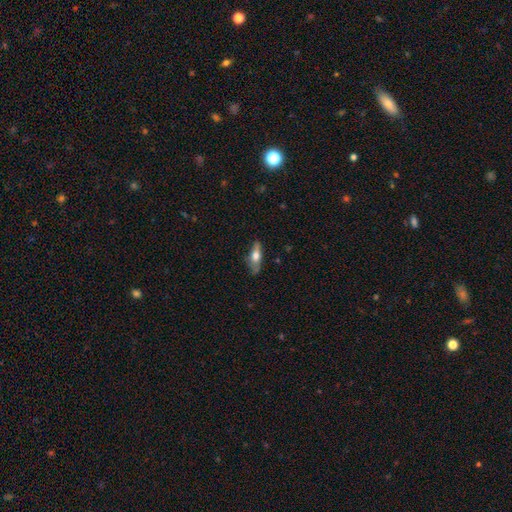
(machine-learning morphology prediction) This is possibly a smooth galaxy (54%). How rounded: possibly in between (54%). Merging: likely none (71%).